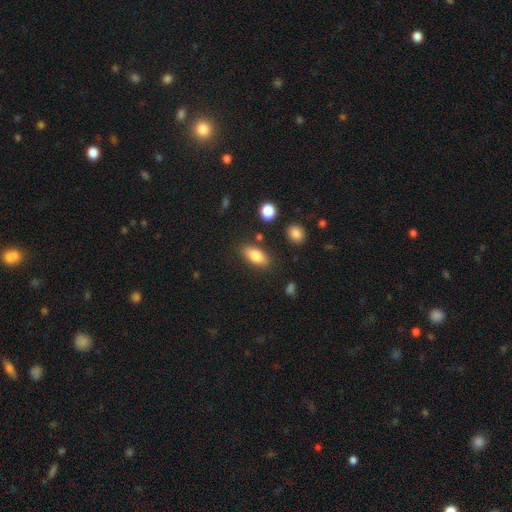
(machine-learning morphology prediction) A smooth galaxy with no disk features (82%) that is in between round and cigar-shaped (86%). Merging: none (82%).